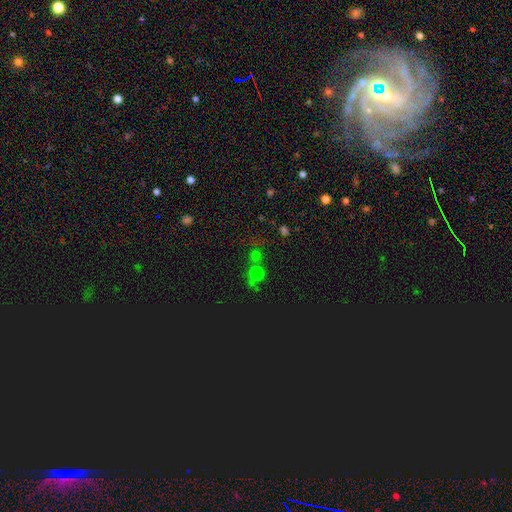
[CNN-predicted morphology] smooth 63%, star or artifact 28%, featured or disk 9%. Down the decision tree: how rounded — round (89%); merging — none (58%).